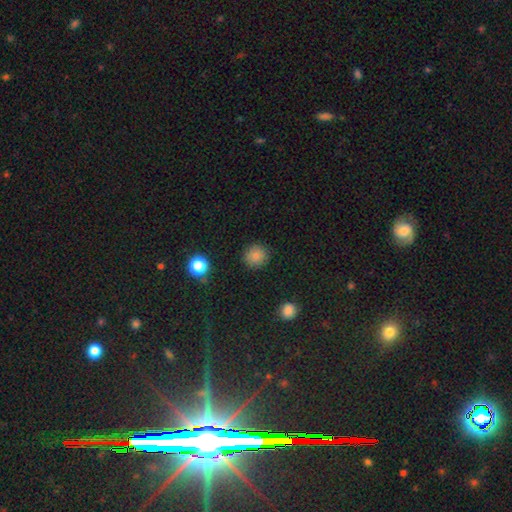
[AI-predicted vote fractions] Smooth or featured: smooth — 85% (star or artifact — 11%)
How rounded: round — 91% (in between — 8%)
Merging: none — 89% (minor disturbance — 7%)